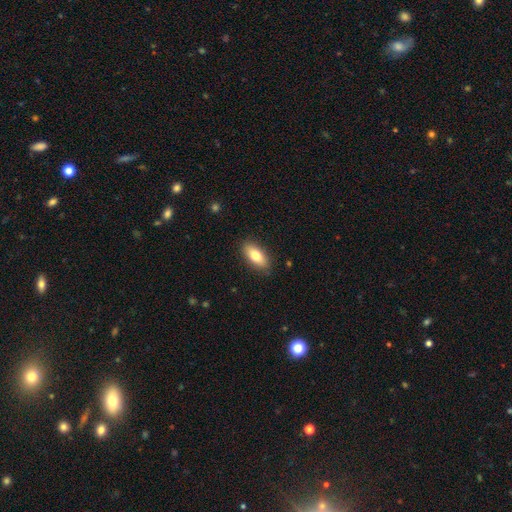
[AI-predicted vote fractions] smooth 79%, featured or disk 14%, star or artifact 7%. Down the decision tree: how rounded — in between (85%); merging — none (87%).